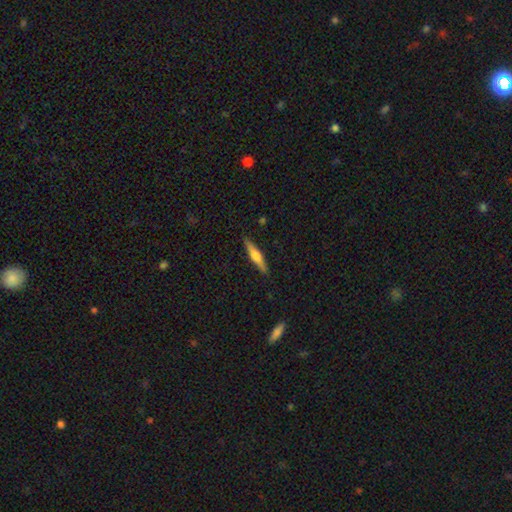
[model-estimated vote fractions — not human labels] smooth_or_featured: featured or disk (p=0.49) [alt: smooth p=0.46]
merging: none (p=0.90) [alt: minor disturbance p=0.07]